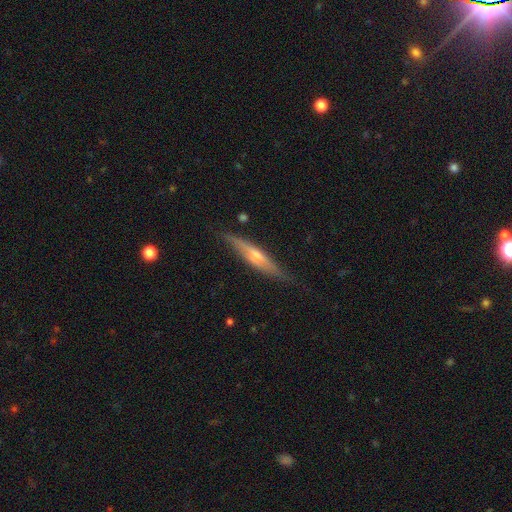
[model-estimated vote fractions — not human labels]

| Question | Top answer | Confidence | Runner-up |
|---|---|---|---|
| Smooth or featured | featured or disk | 65% | smooth (29%) |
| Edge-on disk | yes | 92% | no (8%) |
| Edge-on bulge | rounded | 76% | none (15%) |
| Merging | none | 79% | minor disturbance (16%) |